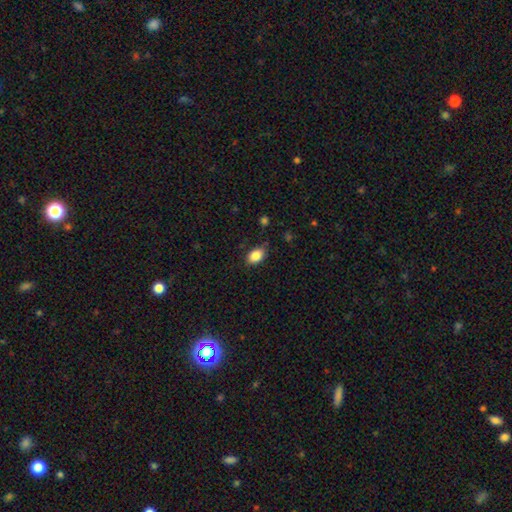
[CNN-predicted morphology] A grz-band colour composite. It shows a smooth galaxy with no disk features (87%) that is in between round and cigar-shaped (85%). Merging: none (80%).